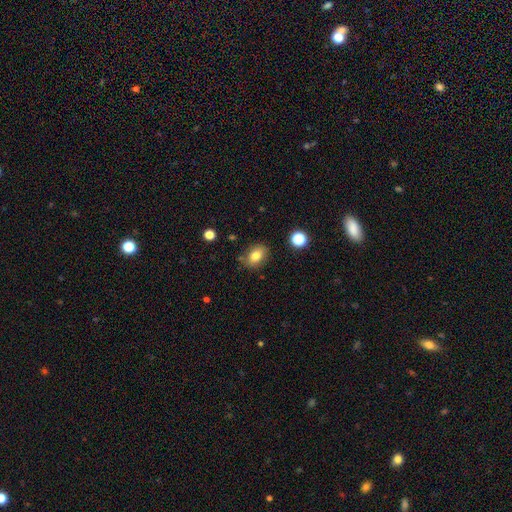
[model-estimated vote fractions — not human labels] Smooth or featured? Predicted: smooth (p=0.79). How rounded? Predicted: in between (p=0.70). Merging? Predicted: none (p=0.78).